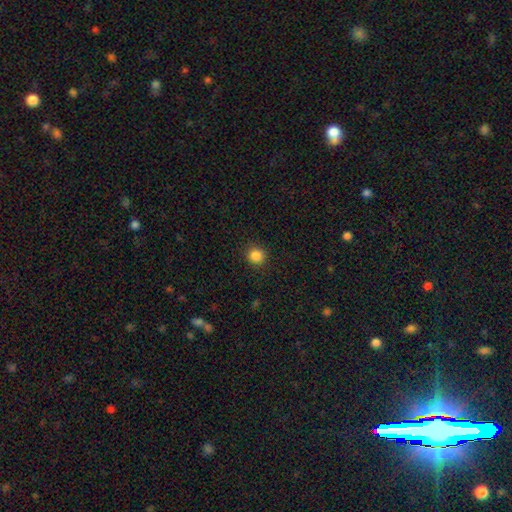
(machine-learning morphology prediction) A smooth galaxy with no disk features (86%) that is round (92%). Merging: none (91%).